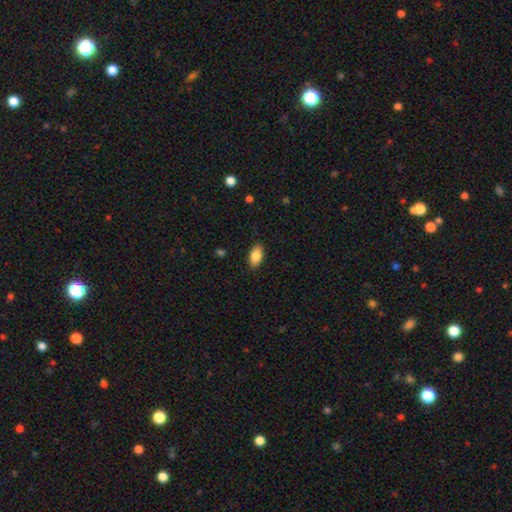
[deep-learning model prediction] Smooth or featured? Predicted: smooth (p=0.85). How rounded? Predicted: in between (p=0.93). Merging? Predicted: none (p=0.88).